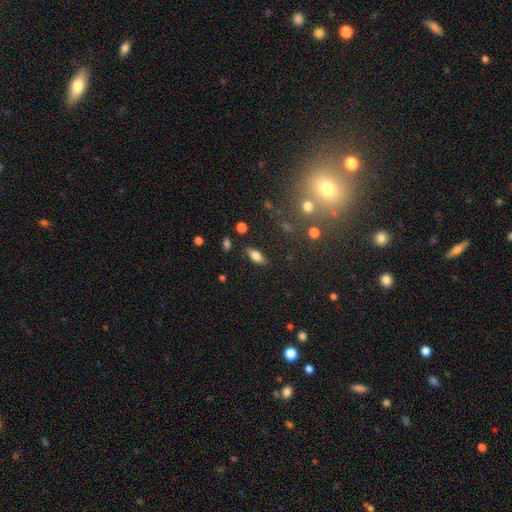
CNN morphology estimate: Smooth or featured? smooth (72%)
How rounded? in between (80%)
Merging? none (85%)